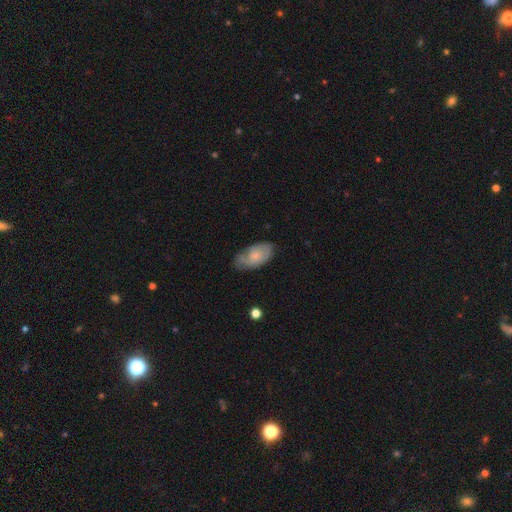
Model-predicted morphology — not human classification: A smooth galaxy with no disk features (51%) that is in between round and cigar-shaped (93%).

Vote fractions:
- Smooth or featured? smooth: 51% / featured or disk: 42% / star or artifact: 6%
- How rounded? in between: 93% / round: 4% / cigar-shaped: 3%
- Merging? none: 65% / minor disturbance: 26% / major disturbance: 8% / merger: 2%